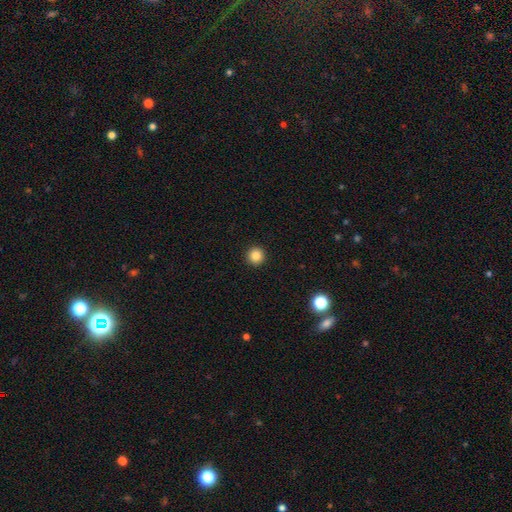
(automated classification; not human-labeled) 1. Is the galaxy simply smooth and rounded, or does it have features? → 85% smooth, 11% star or artifact, 4% featured or disk.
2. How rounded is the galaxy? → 94% round, 5% in between, 1% cigar-shaped.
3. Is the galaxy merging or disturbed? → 94% none, 4% minor disturbance, 1% major disturbance, 1% merger.